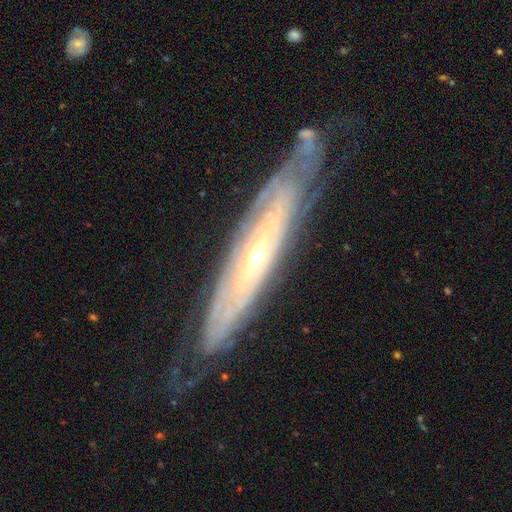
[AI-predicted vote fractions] Smooth or featured: featured or disk — 84% (smooth — 11%)
Edge-on disk: no — 61% (yes — 39%)
Bar: no — 71% (weak — 19%)
Spiral arms: yes — 84% (no — 16%)
Bulge size: small — 65% (moderate — 31%)
Merging: none — 74% (minor disturbance — 18%)